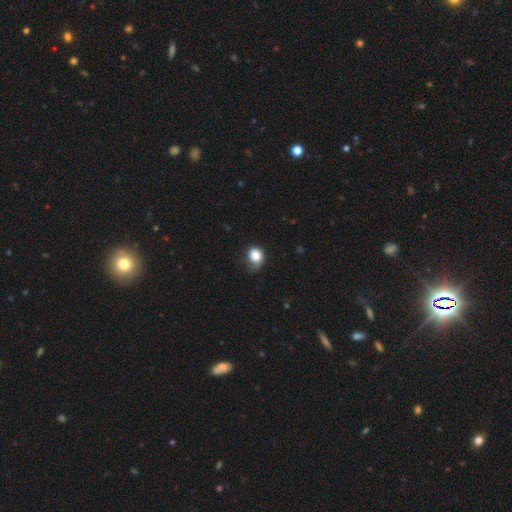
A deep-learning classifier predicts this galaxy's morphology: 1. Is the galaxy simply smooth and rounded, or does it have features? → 82% smooth, 10% star or artifact, 9% featured or disk.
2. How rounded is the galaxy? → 64% round, 35% in between, 1% cigar-shaped.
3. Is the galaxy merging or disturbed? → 51% none, 35% minor disturbance, 13% major disturbance, 2% merger.